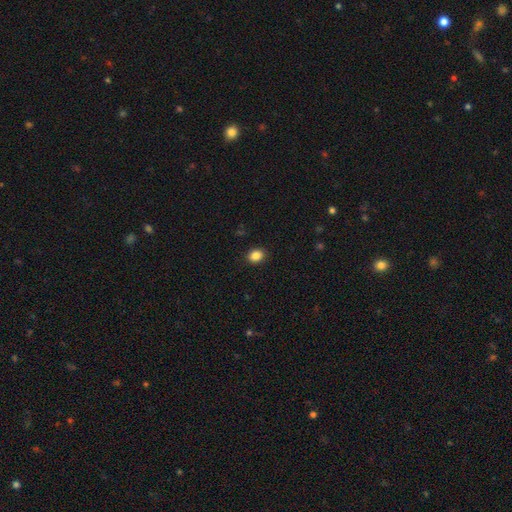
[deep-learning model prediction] A smooth galaxy with no disk features (87%) that is round (50%).

Vote fractions:
- Smooth or featured? smooth: 87% / star or artifact: 10% / featured or disk: 4%
- How rounded? round: 50% / in between: 49% / cigar-shaped: 1%
- Merging? none: 90% / minor disturbance: 7% / major disturbance: 2% / merger: 1%